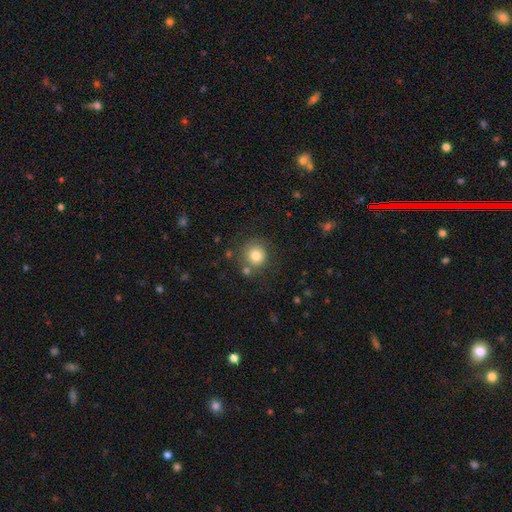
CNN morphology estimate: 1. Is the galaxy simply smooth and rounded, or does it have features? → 79% smooth, 11% star or artifact, 10% featured or disk.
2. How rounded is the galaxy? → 91% round, 8% in between, 1% cigar-shaped.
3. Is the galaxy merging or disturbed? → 75% none, 12% minor disturbance, 8% merger, 5% major disturbance.